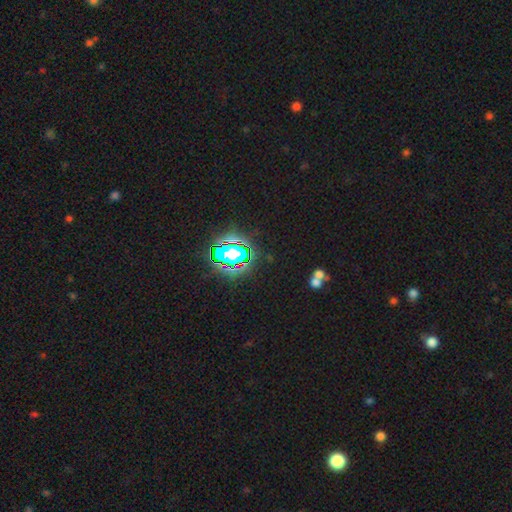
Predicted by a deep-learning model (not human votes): Smooth or featured?
  - star or artifact: 74% *
  - smooth: 16%
  - featured or disk: 10%